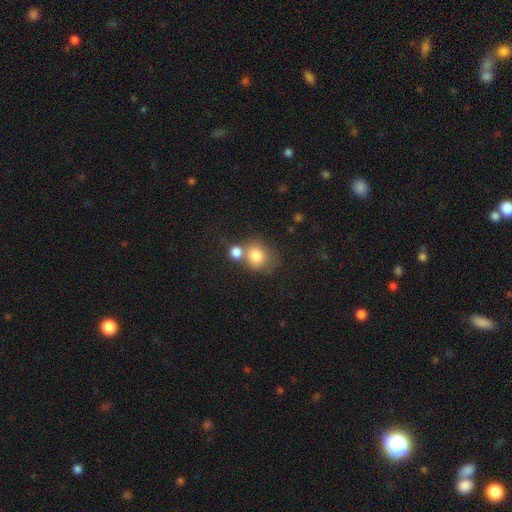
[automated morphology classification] This is clearly a smooth galaxy (80%). How rounded: likely round (76%). Merging: marginally none (44%).